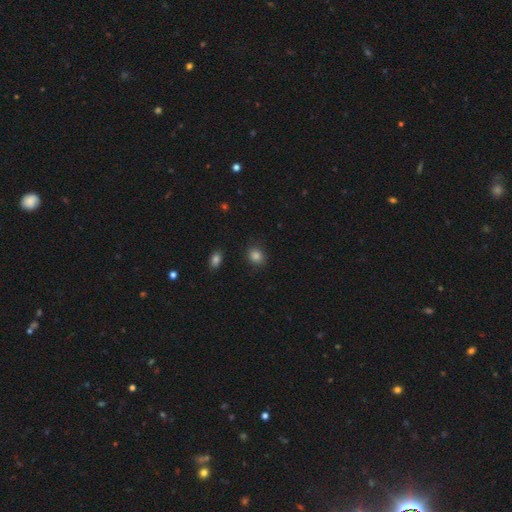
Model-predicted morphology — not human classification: Q: Smooth or featured?
A: smooth (85%); runner-up: star or artifact (10%)
Q: How rounded?
A: round (53%); runner-up: in between (46%)
Q: Merging?
A: none (85%); runner-up: minor disturbance (10%)